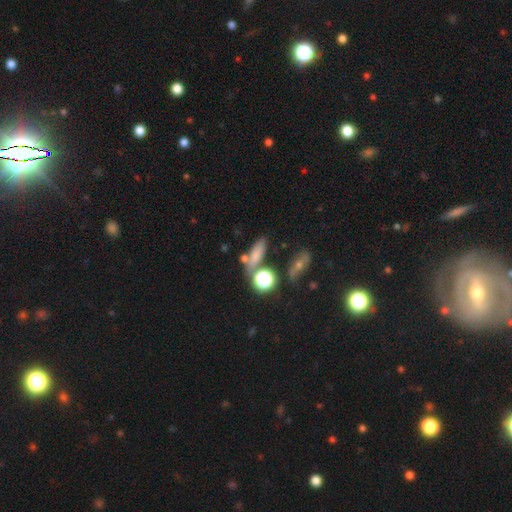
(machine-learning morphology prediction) type=smooth (68%); roundness=in between (42%); merging=none (62%).